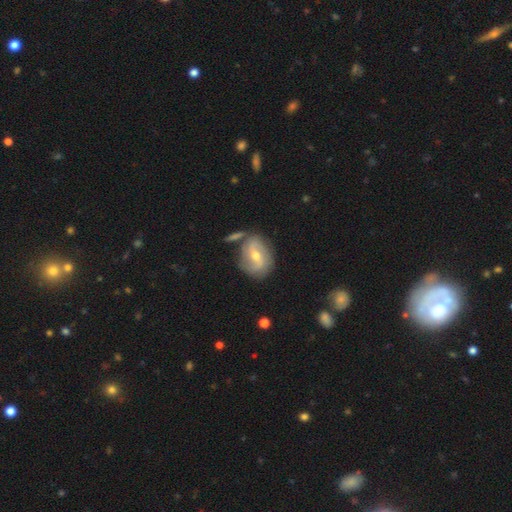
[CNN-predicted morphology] smooth_or_featured: featured or disk (p=0.68) [alt: smooth p=0.25]
disk_edge_on: no (p=0.95) [alt: yes p=0.05]
bar: weak (p=0.46) [alt: no p=0.33]
has_spiral_arms: yes (p=0.83) [alt: no p=0.17]
spiral_winding: medium (p=0.39) [alt: loose p=0.35]
spiral_arm_count: 2 (p=0.73) [alt: can't tell p=0.15]
bulge_size: moderate (p=0.56) [alt: small p=0.40]
merging: none (p=0.67) [alt: minor disturbance p=0.17]